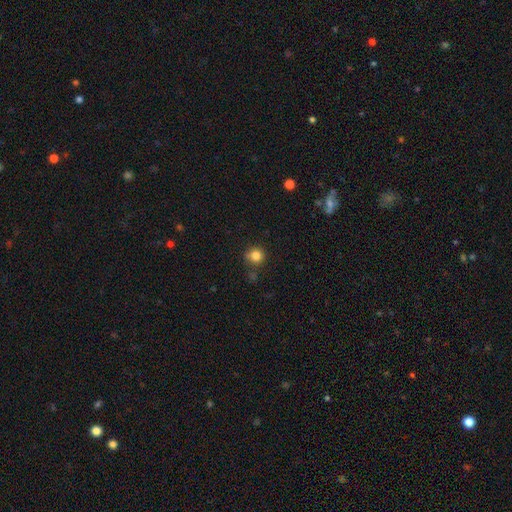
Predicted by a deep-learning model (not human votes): The model was most divided on "merging": none: 77%, minor disturbance: 14%, merger: 5%, major disturbance: 4%. More confident: how rounded — round (92%); smooth or featured — smooth (83%).